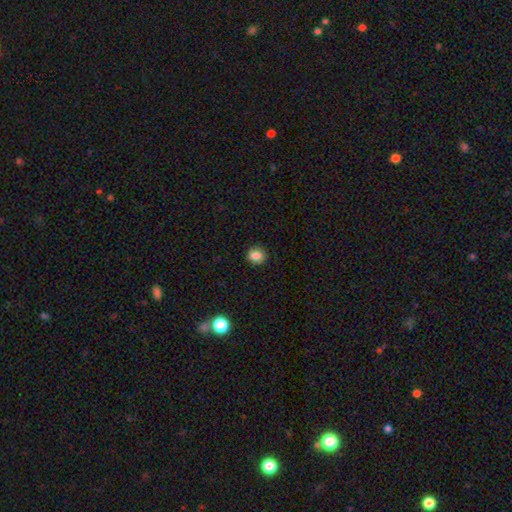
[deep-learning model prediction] A smooth galaxy with no disk features (84%) that is round (79%).

Vote fractions:
- Smooth or featured? smooth: 84% / star or artifact: 10% / featured or disk: 6%
- How rounded? round: 79% / in between: 20% / cigar-shaped: 1%
- Merging? none: 89% / minor disturbance: 8% / major disturbance: 2% / merger: 1%